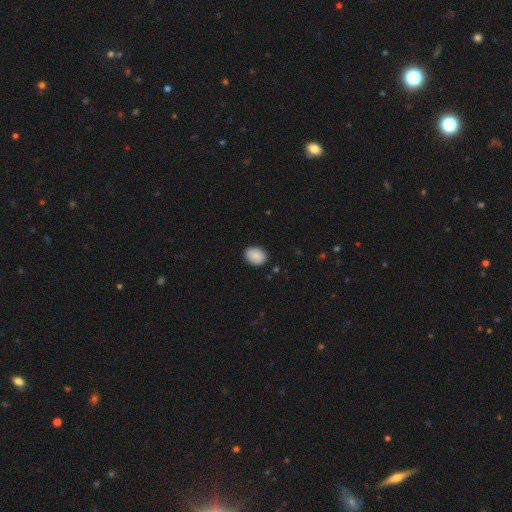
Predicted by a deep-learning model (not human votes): smooth_or_featured: smooth (p=0.88) [alt: star or artifact p=0.07]
how_rounded: in between (p=0.65) [alt: round p=0.34]
merging: none (p=0.86) [alt: minor disturbance p=0.11]